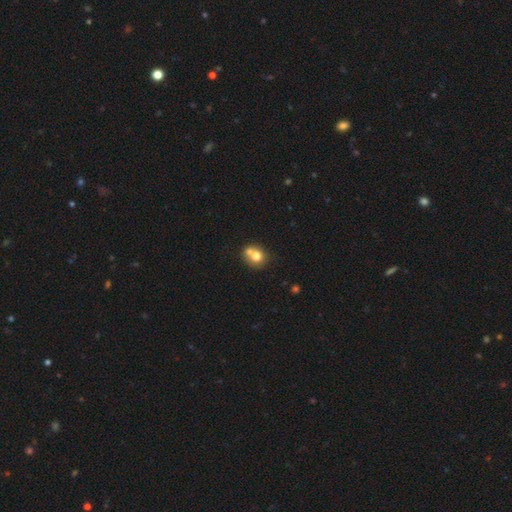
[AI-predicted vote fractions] smooth-or-featured: smooth: 72% | featured or disk: 18% | star or artifact: 11%
  how-rounded: round: 72% | in between: 27% | cigar-shaped: 1%
  merging: merger: 45% | none: 41% | minor disturbance: 10% | major disturbance: 4%